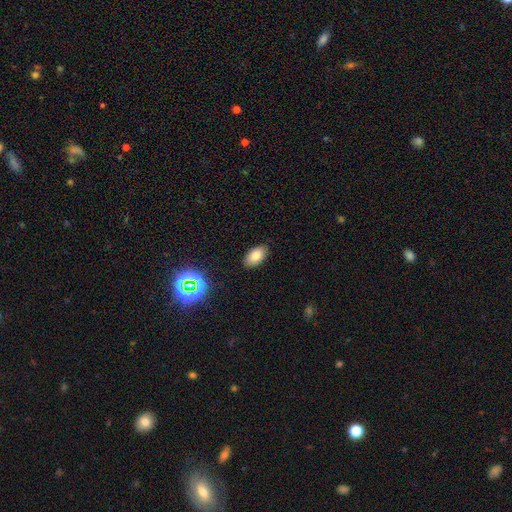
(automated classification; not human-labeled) smooth 80%, star or artifact 11%, featured or disk 9%. Down the decision tree: how rounded — in between (93%); merging — none (87%).